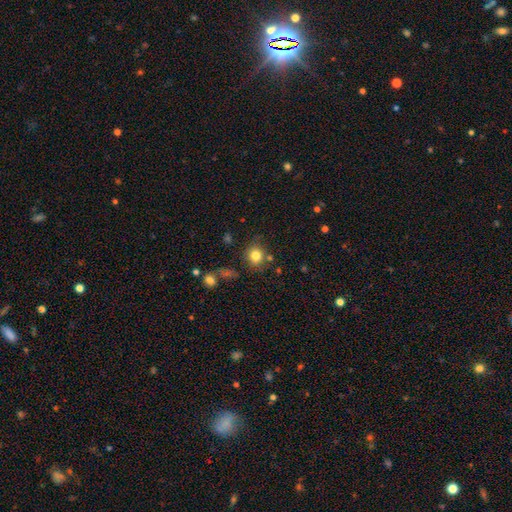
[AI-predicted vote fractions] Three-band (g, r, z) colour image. It shows a smooth galaxy with no disk features (82%) that is round (77%). Merging: none (77%).